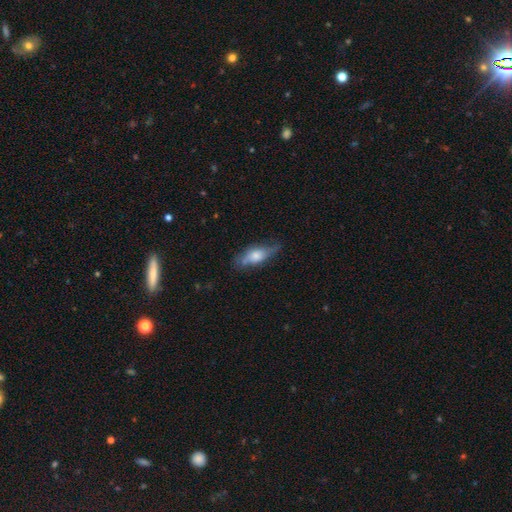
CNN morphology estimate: Smooth or featured? Predicted: smooth (p=0.52). How rounded? Predicted: in between (p=0.71). Merging? Predicted: none (p=0.64).